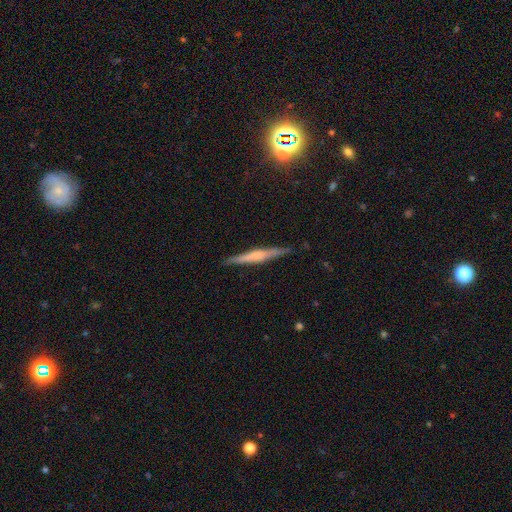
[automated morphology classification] smooth_or_featured: featured or disk (p=0.59) [alt: smooth p=0.34]
disk_edge_on: yes (p=0.97) [alt: no p=0.03]
edge_on_bulge: rounded (p=0.49) [alt: none p=0.26]
merging: none (p=0.88) [alt: minor disturbance p=0.09]